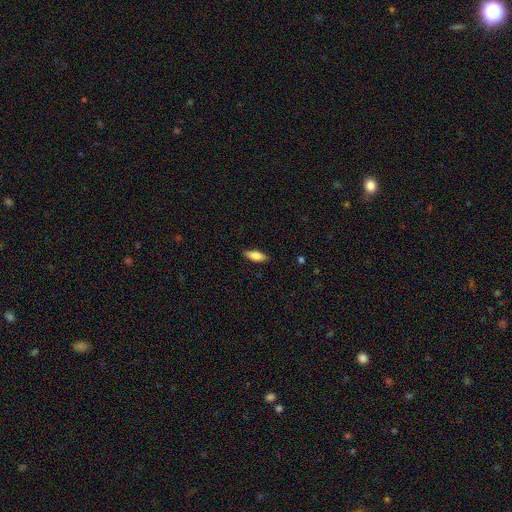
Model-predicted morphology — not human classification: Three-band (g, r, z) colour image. It shows a smooth galaxy with no disk features (81%) that is in between round and cigar-shaped (71%). Merging: none (85%).